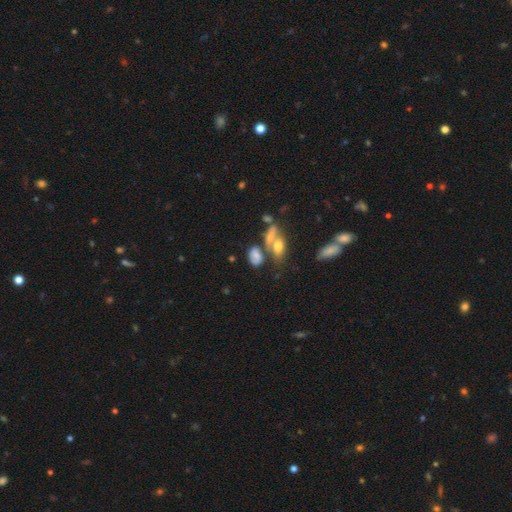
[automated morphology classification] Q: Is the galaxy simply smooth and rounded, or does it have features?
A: smooth — 60%.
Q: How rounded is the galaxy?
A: in between — 82%.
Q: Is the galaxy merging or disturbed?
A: none — 40%.